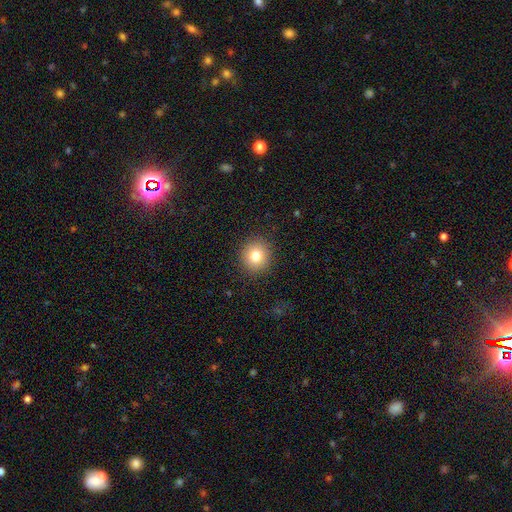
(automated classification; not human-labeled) Q: Smooth or featured?
A: smooth (80%); runner-up: star or artifact (11%)
Q: How rounded?
A: round (89%); runner-up: in between (11%)
Q: Merging?
A: none (91%); runner-up: minor disturbance (6%)